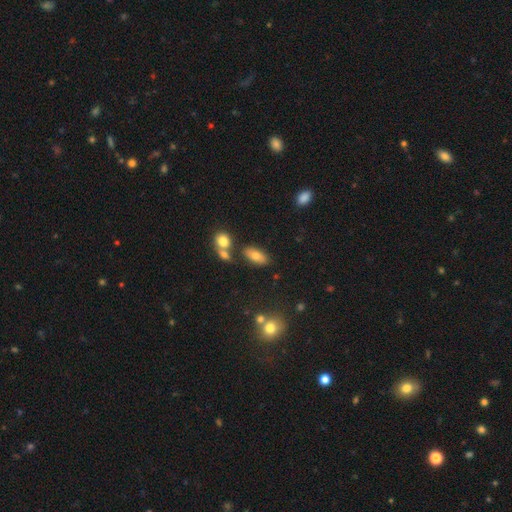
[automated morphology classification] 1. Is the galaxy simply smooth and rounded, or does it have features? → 73% smooth, 16% featured or disk, 10% star or artifact.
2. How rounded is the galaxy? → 87% in between, 8% cigar-shaped, 5% round.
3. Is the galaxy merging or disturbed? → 72% none, 13% merger, 12% minor disturbance, 4% major disturbance.